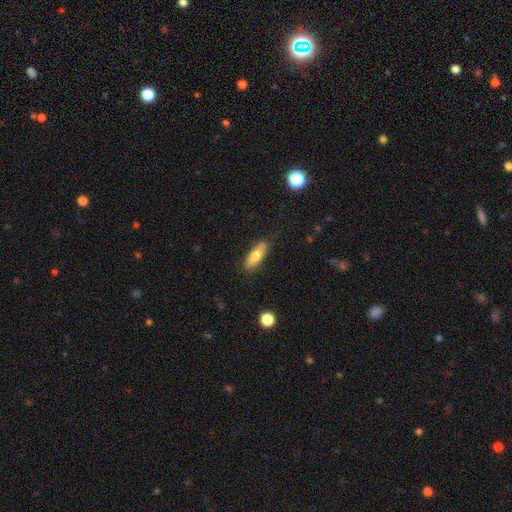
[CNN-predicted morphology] Smooth or featured? Predicted: smooth (p=0.75). How rounded? Predicted: in between (p=0.57). Merging? Predicted: none (p=0.81).